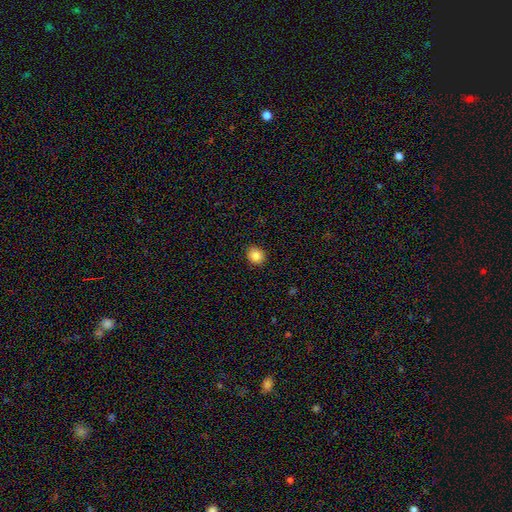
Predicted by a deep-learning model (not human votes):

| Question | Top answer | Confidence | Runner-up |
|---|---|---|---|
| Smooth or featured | smooth | 84% | star or artifact (10%) |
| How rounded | round | 75% | in between (24%) |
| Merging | none | 91% | minor disturbance (6%) |